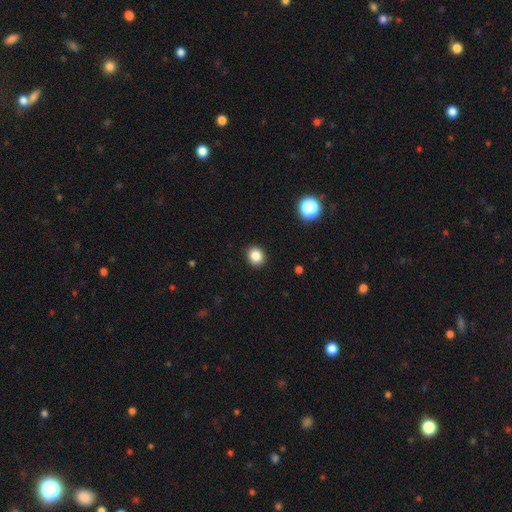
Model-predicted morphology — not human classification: smooth-or-featured: smooth: 85% | star or artifact: 11% | featured or disk: 4%
  how-rounded: round: 74% | in between: 25% | cigar-shaped: 1%
  merging: none: 91% | minor disturbance: 6% | major disturbance: 2% | merger: 1%